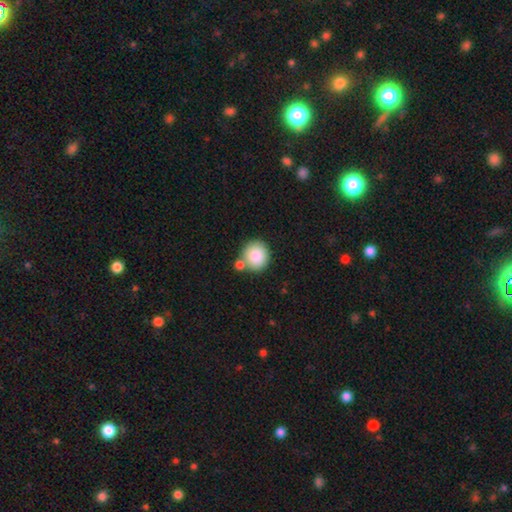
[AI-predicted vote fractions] Morphology: type=smooth (86%); roundness=round (84%); merging=none (64%).